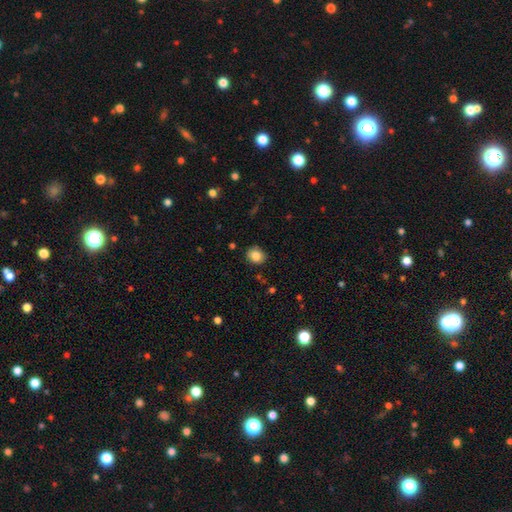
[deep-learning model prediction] A smooth galaxy with no disk features (85%) that is round (64%).

Vote fractions:
- Smooth or featured? smooth: 85% / star or artifact: 9% / featured or disk: 6%
- How rounded? round: 64% / in between: 36% / cigar-shaped: 1%
- Merging? none: 84% / minor disturbance: 12% / major disturbance: 3% / merger: 1%